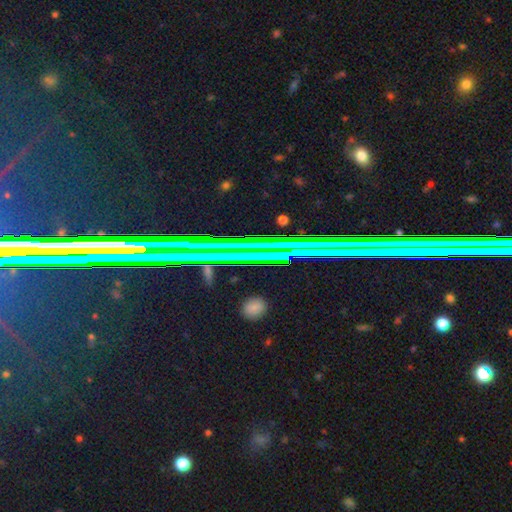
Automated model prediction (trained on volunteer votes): This is likely a star or artifact rather than a galaxy (76%).